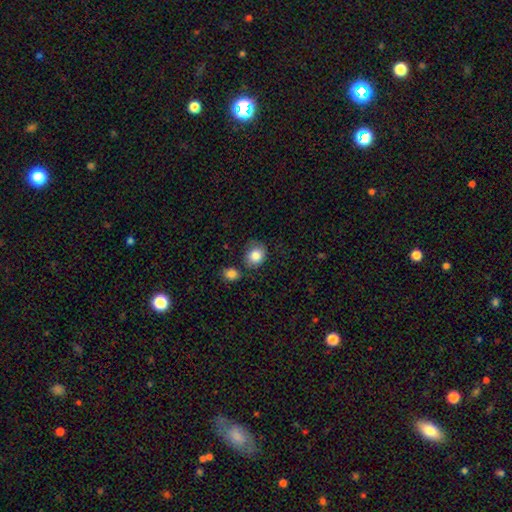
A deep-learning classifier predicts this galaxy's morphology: A smooth galaxy with no disk features (84%) that is round (67%). Merging: none (60%).